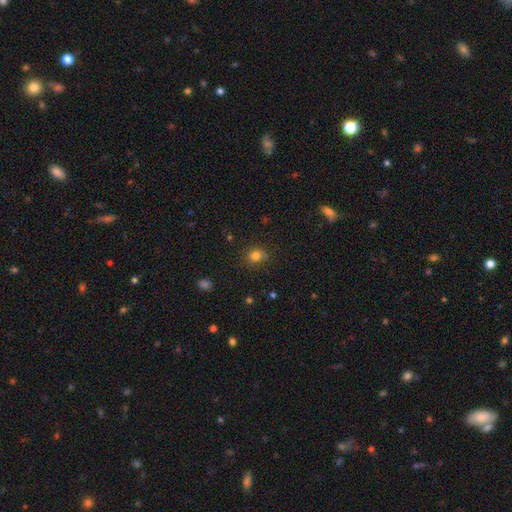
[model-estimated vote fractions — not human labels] Overall: smooth (79%). How rounded: round (80%). Merging: none (77%).